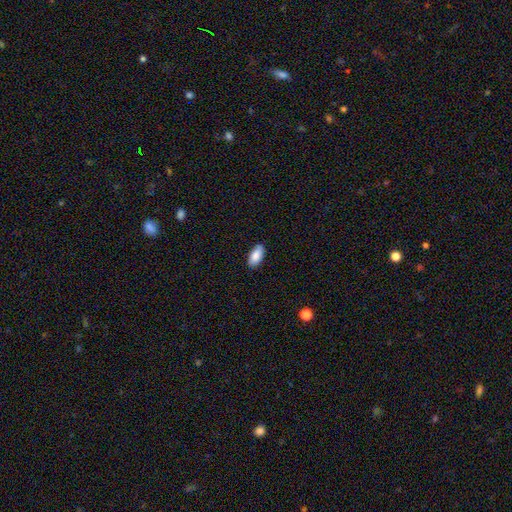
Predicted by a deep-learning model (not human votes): Overall: smooth (85%). How rounded: in between (93%). Merging: none (86%).